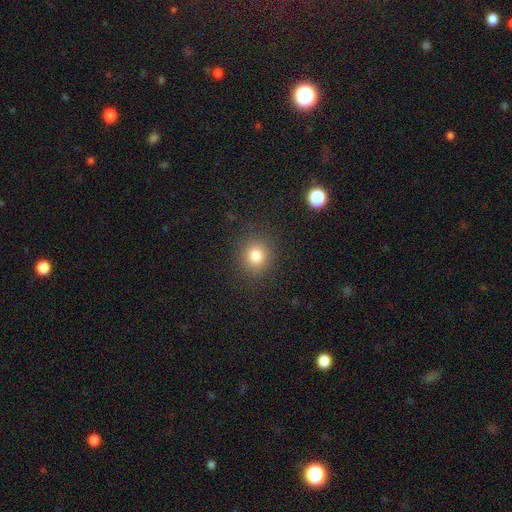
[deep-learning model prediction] This appears to be a smooth galaxy with no disk features (81%) that is round (83%). Merging: none (88%).